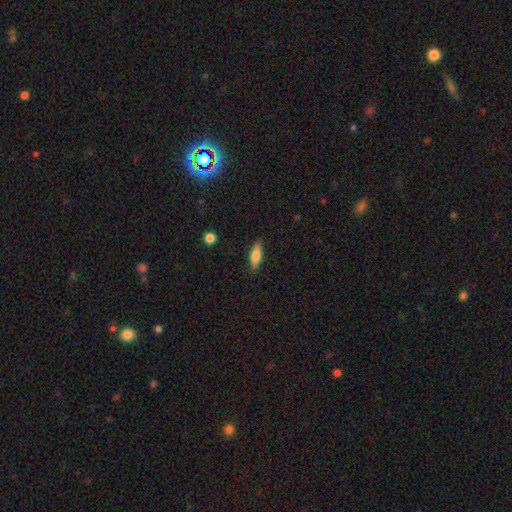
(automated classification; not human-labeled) A smooth galaxy with no disk features (70%) that is in between round and cigar-shaped (49%).

Vote fractions:
- Smooth or featured? smooth: 70% / featured or disk: 24% / star or artifact: 7%
- How rounded? in between: 49% / cigar-shaped: 48% / round: 3%
- Merging? none: 87% / minor disturbance: 10% / major disturbance: 2% / merger: 1%